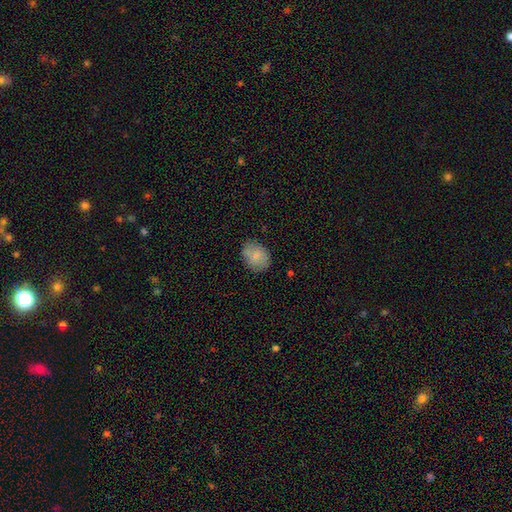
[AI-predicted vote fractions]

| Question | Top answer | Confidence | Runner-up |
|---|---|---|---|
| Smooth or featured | smooth | 82% | featured or disk (11%) |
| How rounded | in between | 66% | round (33%) |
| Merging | none | 78% | minor disturbance (17%) |